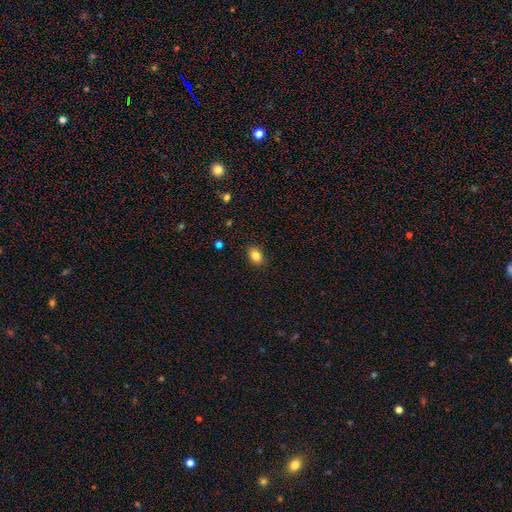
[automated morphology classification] This appears to be a smooth galaxy with no disk features (84%) that is in between round and cigar-shaped (74%). Merging: none (88%).